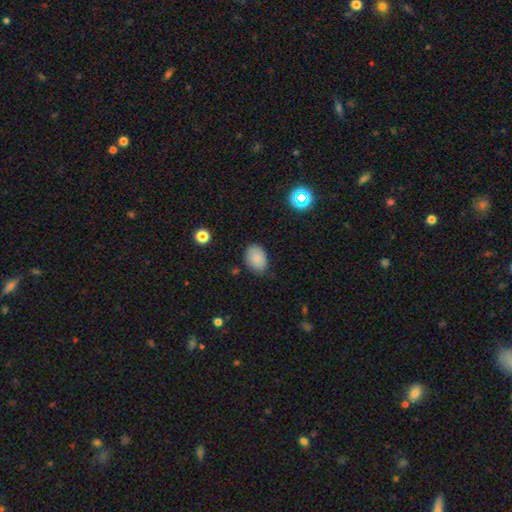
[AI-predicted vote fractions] Smooth or featured? smooth (85%)
How rounded? in between (81%)
Merging? none (77%)